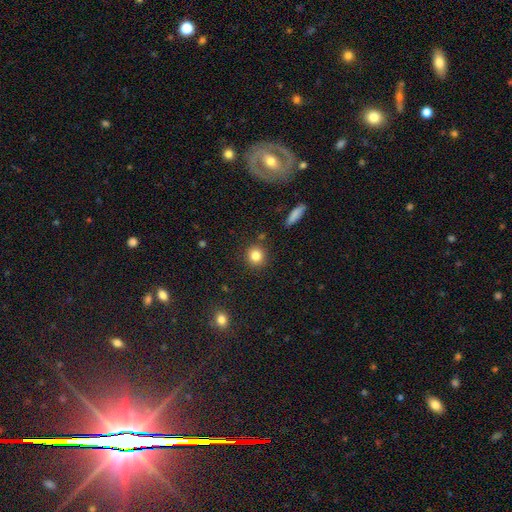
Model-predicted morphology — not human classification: This is clearly a smooth galaxy (83%). How rounded: clearly round (91%). Merging: clearly none (87%).